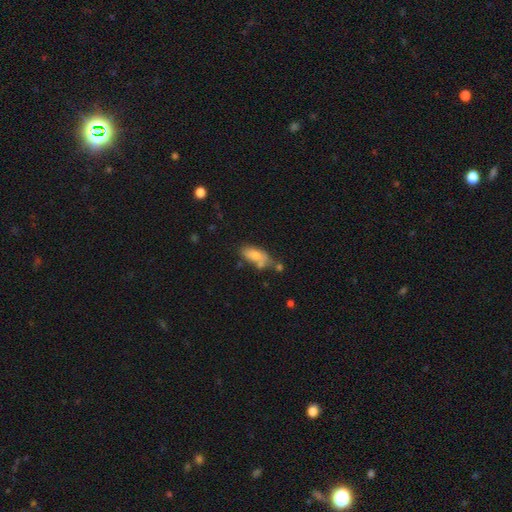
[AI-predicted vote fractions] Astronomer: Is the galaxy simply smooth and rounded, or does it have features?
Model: smooth — 72%.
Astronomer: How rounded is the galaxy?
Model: in between — 85%.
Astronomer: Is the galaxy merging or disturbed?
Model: none — 44% (runner-up: minor disturbance, 23%).